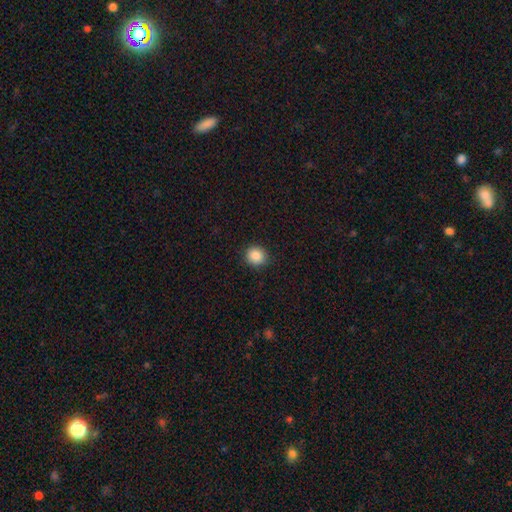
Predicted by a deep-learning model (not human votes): The model was most divided on "how rounded": round: 82%, in between: 17%, cigar-shaped: 1%. More confident: merging — none (89%); smooth or featured — smooth (88%).